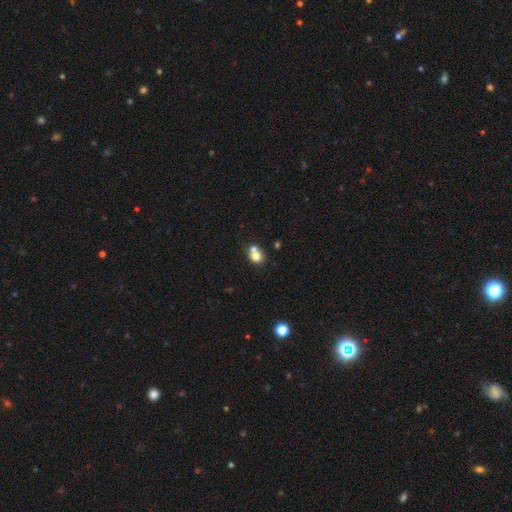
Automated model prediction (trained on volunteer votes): Smooth or featured?
  - smooth: 75% *
  - featured or disk: 13%
  - star or artifact: 12%
How rounded?
  - round: 72% *
  - in between: 27%
  - cigar-shaped: 1%
Merging?
  - merger: 49% *
  - none: 40%
  - minor disturbance: 8%
  - major disturbance: 3%